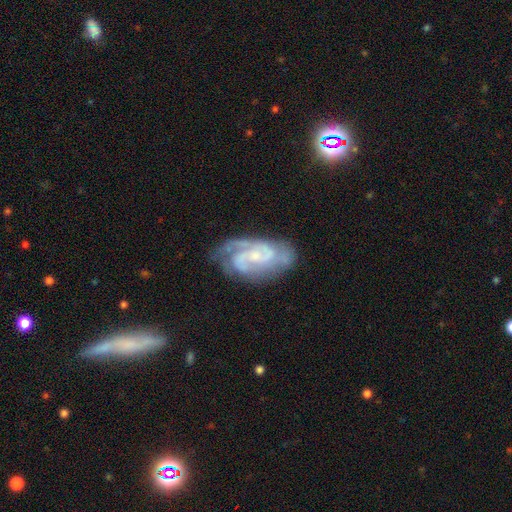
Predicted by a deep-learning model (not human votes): smooth_or_featured: featured or disk (p=0.88) [alt: smooth p=0.07]
disk_edge_on: no (p=0.97) [alt: yes p=0.03]
bar: no (p=0.44) [tied with: weak p=0.44]
has_spiral_arms: yes (p=0.97) [alt: no p=0.03]
spiral_winding: medium (p=0.46) [alt: tight p=0.44]
spiral_arm_count: 2 (p=0.63) [alt: 3 p=0.18]
bulge_size: small (p=0.67) [alt: moderate p=0.24]
merging: none (p=0.69) [alt: minor disturbance p=0.21]